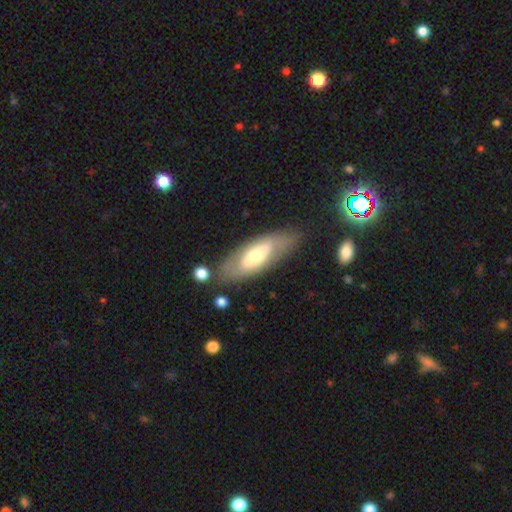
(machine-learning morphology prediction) Smooth or featured: featured or disk — 50% (smooth — 44%)
Merging: none — 75% (minor disturbance — 15%)